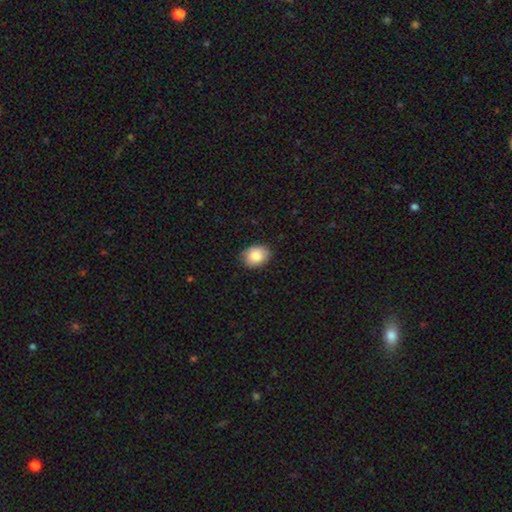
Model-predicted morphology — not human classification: type=smooth (85%); roundness=in between (65%); merging=none (82%).